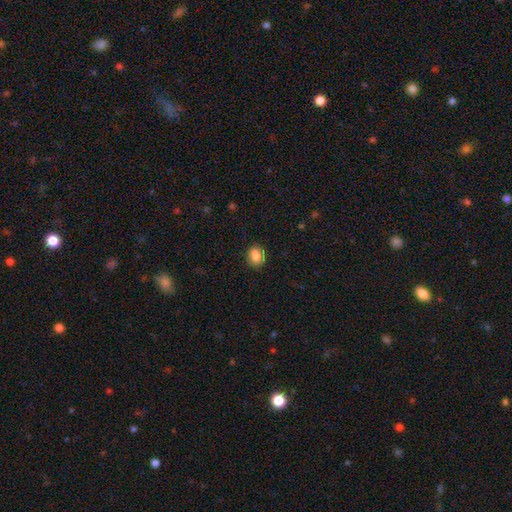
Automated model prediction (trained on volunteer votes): smooth_or_featured: smooth (p=0.77) [alt: featured or disk p=0.11]
how_rounded: round (p=0.50) [alt: in between p=0.48]
merging: none (p=0.80) [alt: minor disturbance p=0.15]